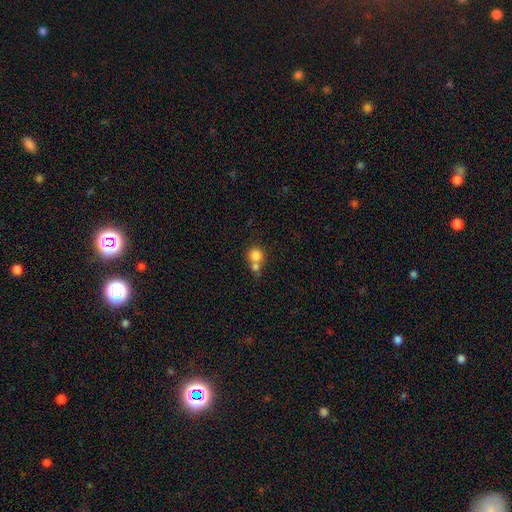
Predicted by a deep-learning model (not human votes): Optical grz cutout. It shows a smooth galaxy with no disk features (81%) that is round (89%). Merging: merger (51%).